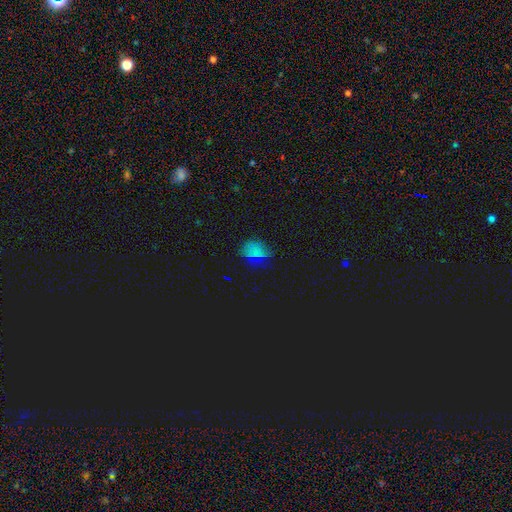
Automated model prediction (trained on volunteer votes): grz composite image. It shows a smooth galaxy with no disk features (54%) that is in between round and cigar-shaped (68%). Merging: none (65%).